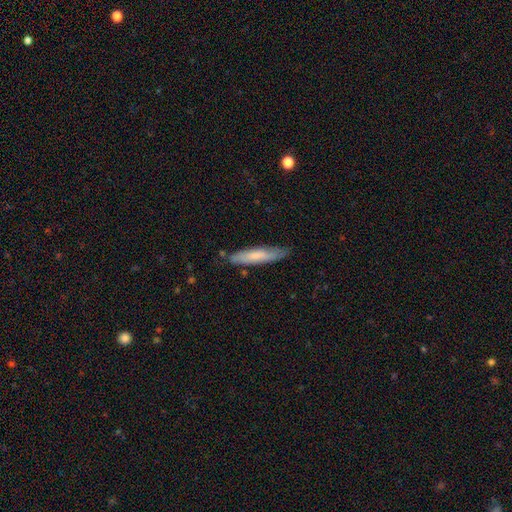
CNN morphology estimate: The model was most divided on "smooth or featured": smooth: 67%, featured or disk: 27%, star or artifact: 6%. More confident: how rounded — cigar-shaped (85%); merging — none (76%).